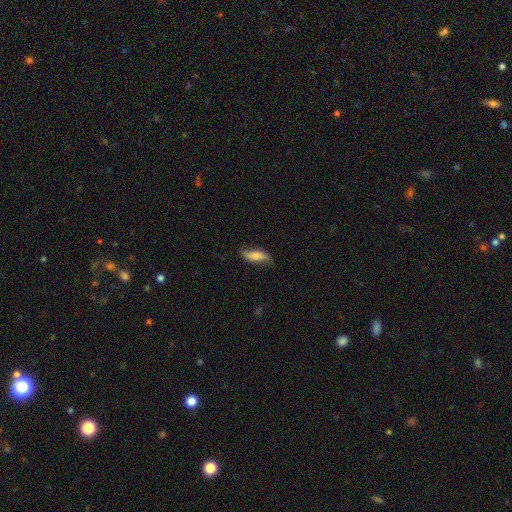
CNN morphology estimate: This appears to be a smooth galaxy with no disk features (64%) that is in between round and cigar-shaped (56%). Merging: none (70%).